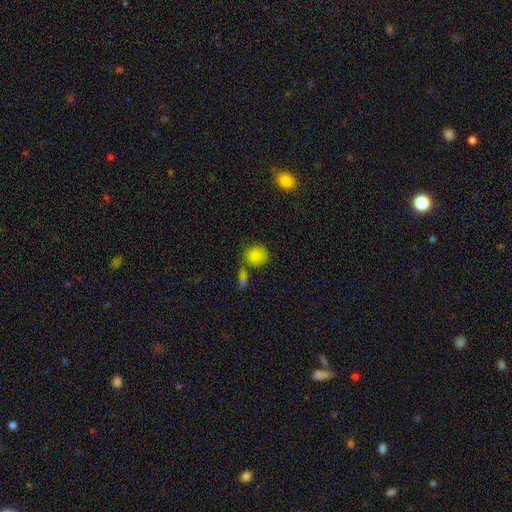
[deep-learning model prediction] Q: Smooth or featured?
A: smooth (83%); runner-up: star or artifact (11%)
Q: How rounded?
A: round (75%); runner-up: in between (23%)
Q: Merging?
A: none (55%); runner-up: merger (26%)